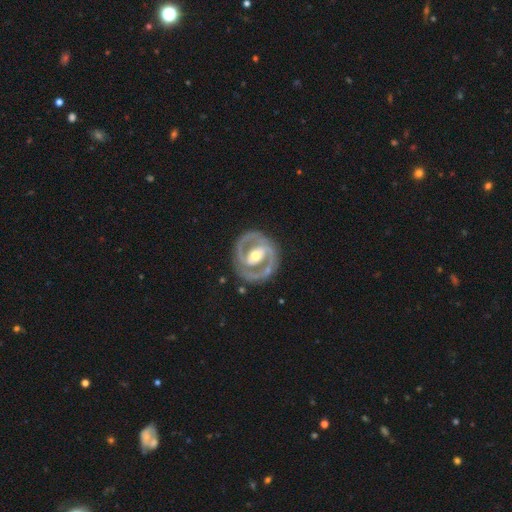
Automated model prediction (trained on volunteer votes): A featured or disk galaxy (86%) with a strong bar (37%), 2 (86%) tight (50%) spiral arms (84%) and a moderate central bulge (72%). Merging: none (81%).